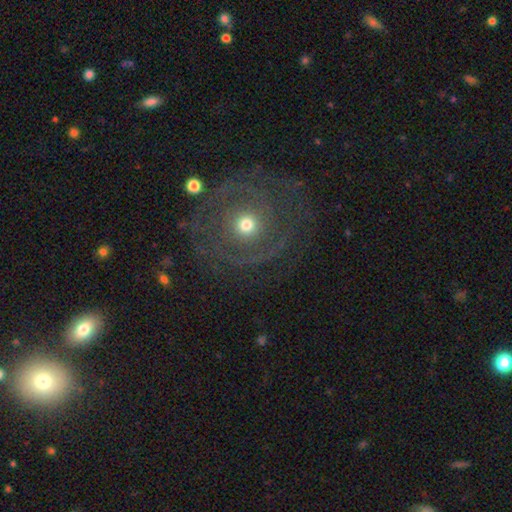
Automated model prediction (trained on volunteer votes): smooth-or-featured: featured or disk: 61% | smooth: 24% | star or artifact: 16%
  disk-edge-on: no: 96% | yes: 4%
    bar: no: 82% | weak: 13% | strong: 5%
    has-spiral-arms: yes: 55% | no: 45%
    bulge-size: moderate: 60% | small: 32% | large: 5% | dominant: 2% | none: 1%
  merging: none: 79% | minor disturbance: 11% | major disturbance: 8% | merger: 2%